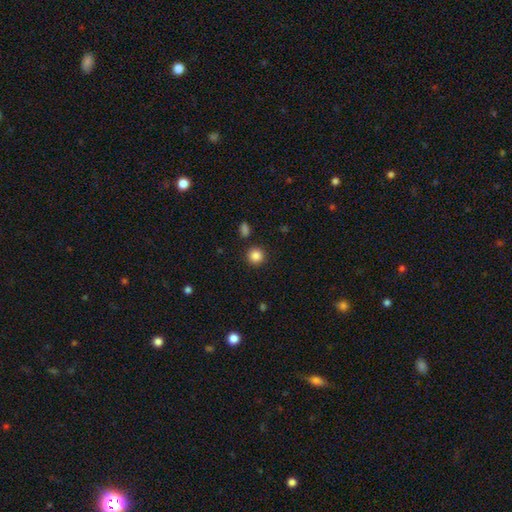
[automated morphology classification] smooth 86%, star or artifact 10%, featured or disk 4%. Down the decision tree: how rounded — round (93%); merging — none (90%).